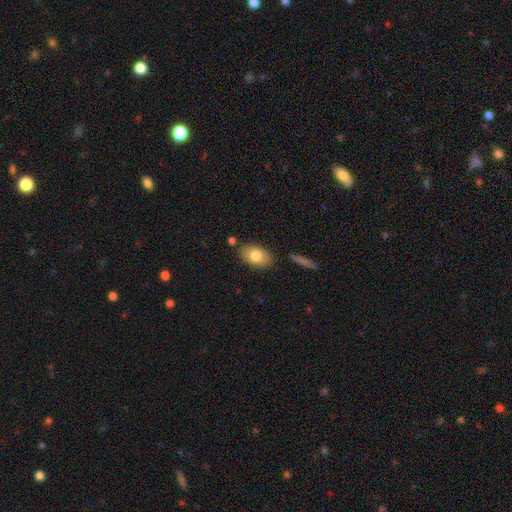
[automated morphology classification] Smooth or featured? Predicted: smooth (p=0.77). How rounded? Predicted: in between (p=0.88). Merging? Predicted: none (p=0.82).